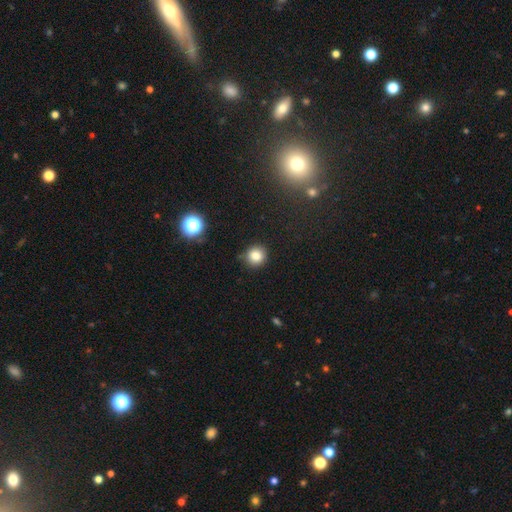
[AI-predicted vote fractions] smooth_or_featured: smooth (p=0.82) [alt: star or artifact p=0.12]
how_rounded: round (p=0.88) [alt: in between p=0.11]
merging: none (p=0.83) [alt: minor disturbance p=0.12]